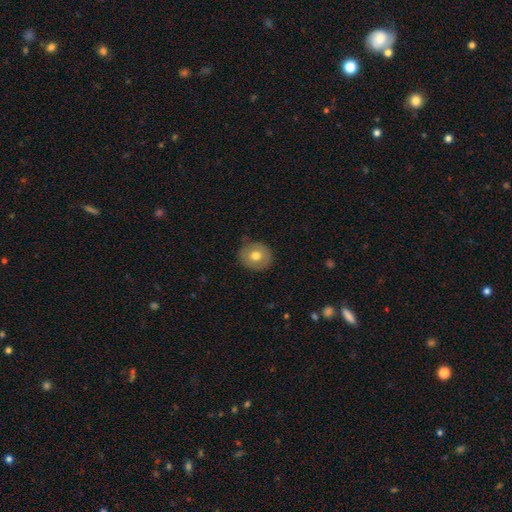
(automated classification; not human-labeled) Overall: smooth (68%). How rounded: round (81%). Merging: none (80%).